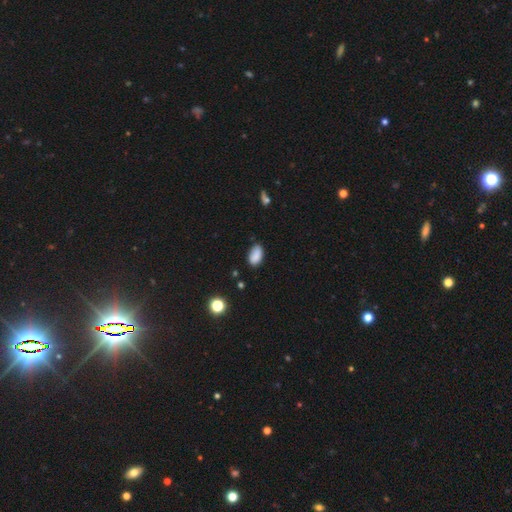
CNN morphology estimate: smooth_or_featured: smooth (p=0.85) [alt: star or artifact p=0.09]
how_rounded: in between (p=0.92) [alt: round p=0.05]
merging: none (p=0.73) [alt: minor disturbance p=0.21]